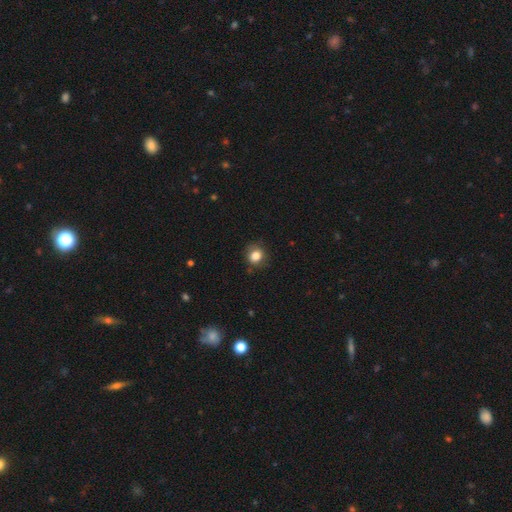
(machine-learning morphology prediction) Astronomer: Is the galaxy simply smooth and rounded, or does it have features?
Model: smooth — 82%.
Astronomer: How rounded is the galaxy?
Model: round — 76%.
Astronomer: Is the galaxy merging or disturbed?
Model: none — 79%.